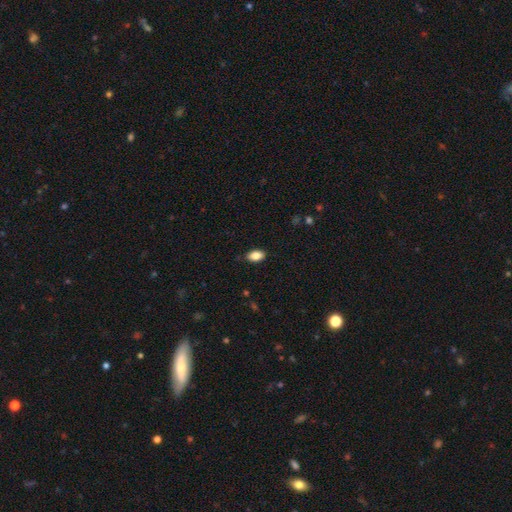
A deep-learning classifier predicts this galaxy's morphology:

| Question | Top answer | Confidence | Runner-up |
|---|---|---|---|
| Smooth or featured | smooth | 87% | star or artifact (8%) |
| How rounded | in between | 91% | round (7%) |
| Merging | none | 86% | minor disturbance (11%) |